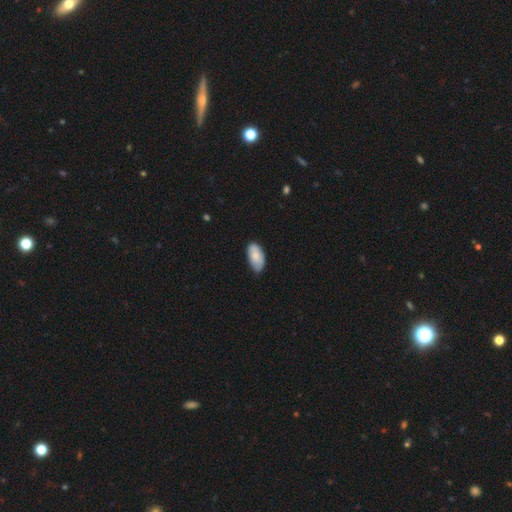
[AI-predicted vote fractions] This appears to be a smooth galaxy with no disk features (84%) that is in between round and cigar-shaped (95%). Merging: none (77%).